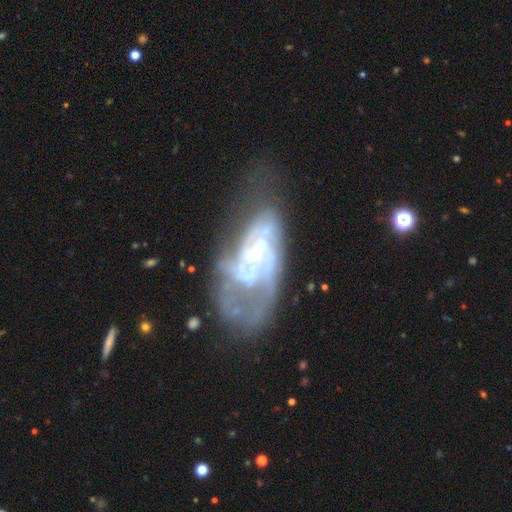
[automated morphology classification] smooth-or-featured: featured or disk: 80% | smooth: 12% | star or artifact: 8%
  disk-edge-on: no: 95% | yes: 5%
    bar: no: 47% | weak: 39% | strong: 14%
    has-spiral-arms: yes: 81% | no: 19%
      spiral-winding: medium: 42% | tight: 40% | loose: 19%
      spiral-arm-count: can't tell: 37% | 2: 30% | 3: 16% | 1: 8% | 4: 5% | more than 4: 4%
    bulge-size: small: 59% | moderate: 21% | none: 16% | large: 3% | dominant: 1%
  merging: major disturbance: 38% | none: 35% | minor disturbance: 20% | merger: 7%